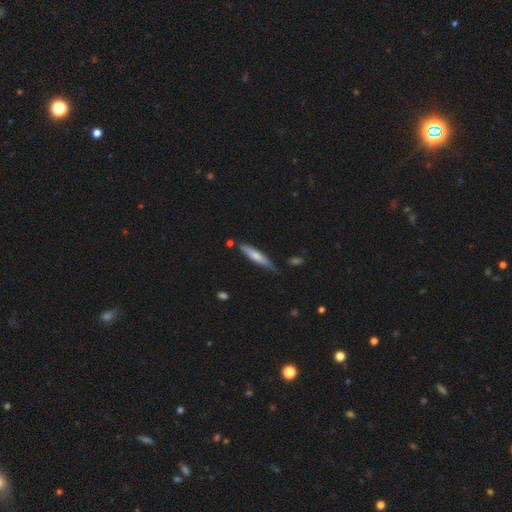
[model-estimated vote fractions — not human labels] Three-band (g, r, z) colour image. It shows a smooth galaxy with no disk features (65%) that is cigar-shaped (87%). Merging: none (70%).